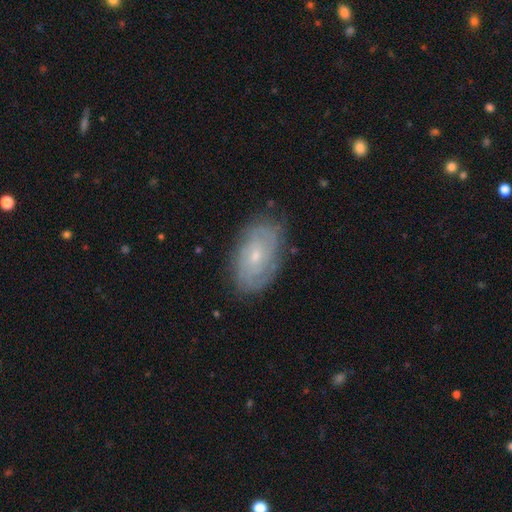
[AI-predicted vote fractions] Overall: featured or disk (72%). Edge-on disk: no (95%). Bar: no (68%). Spiral arms: yes (88%). Spiral arm count: can't tell (48%; 2 27%). Spiral winding: tight (70%). Bulge size: small (68%; moderate 29%). Merging: none (78%).